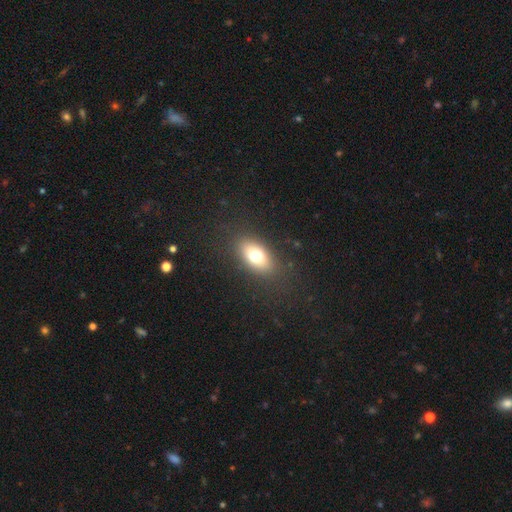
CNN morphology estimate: Smooth or featured?
  - smooth: 72% *
  - featured or disk: 19%
  - star or artifact: 10%
How rounded?
  - in between: 85% *
  - round: 11%
  - cigar-shaped: 4%
Merging?
  - none: 84% *
  - minor disturbance: 10%
  - major disturbance: 5%
  - merger: 1%